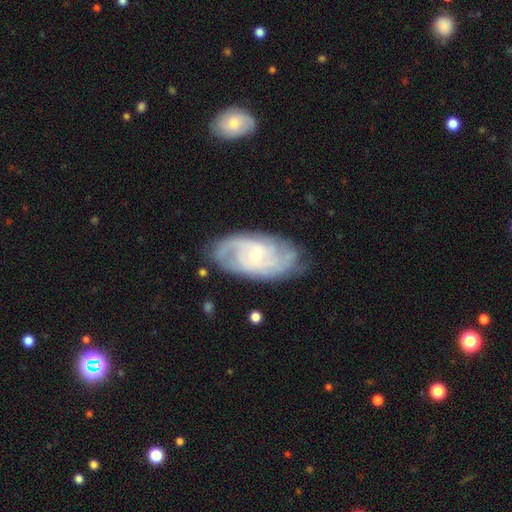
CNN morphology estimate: featured or disk 84%, smooth 10%, star or artifact 5%. Down the decision tree: edge-on disk — no (95%); bar — no (56%); spiral arms — yes (96%); spiral arm count — can't tell (30%); spiral winding — tight (57%); bulge size — small (70%); merging — none (78%).